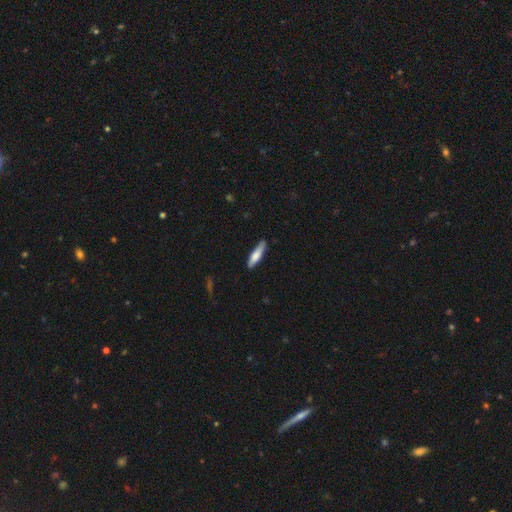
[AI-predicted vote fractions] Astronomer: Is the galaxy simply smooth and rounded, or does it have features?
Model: smooth — 72%.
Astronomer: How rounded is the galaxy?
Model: cigar-shaped — 77%.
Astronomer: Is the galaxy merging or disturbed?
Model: none — 82%.